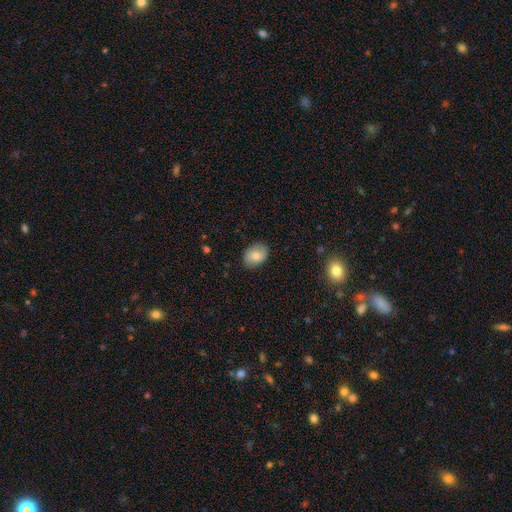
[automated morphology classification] The model was most divided on "how rounded": in between: 74%, round: 25%, cigar-shaped: 1%. More confident: merging — none (84%); smooth or featured — smooth (76%).